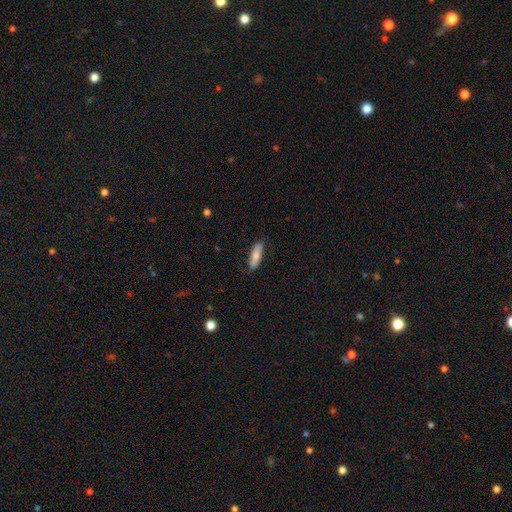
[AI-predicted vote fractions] A smooth galaxy with no disk features (74%) that is in between round and cigar-shaped (51%).

Vote fractions:
- Smooth or featured? smooth: 74% / featured or disk: 20% / star or artifact: 6%
- How rounded? in between: 51% / cigar-shaped: 47% / round: 2%
- Merging? none: 82% / minor disturbance: 15% / major disturbance: 2% / merger: 1%